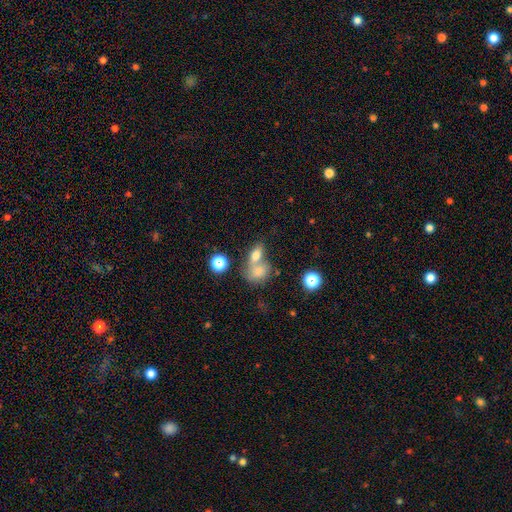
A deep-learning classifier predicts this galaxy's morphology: smooth 73%, featured or disk 15%, star or artifact 12%. Down the decision tree: how rounded — in between (73%); merging — merger (56%).